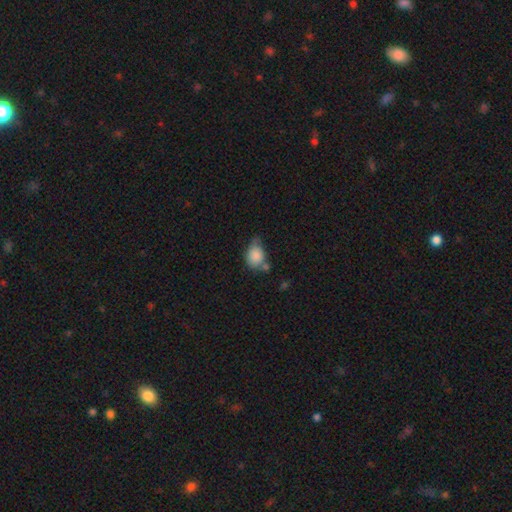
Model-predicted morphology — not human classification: Overall: smooth (85%). How rounded: in between (60%; round 38%). Merging: none (40%; minor disturbance 33%).